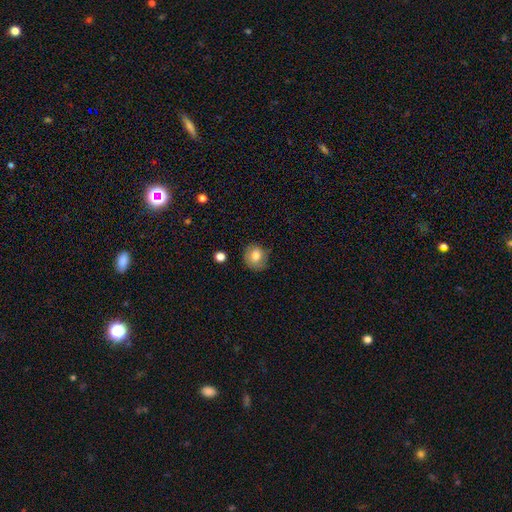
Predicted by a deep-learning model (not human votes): This is likely a smooth galaxy (79%). How rounded: likely round (79%). Merging: likely none (76%).